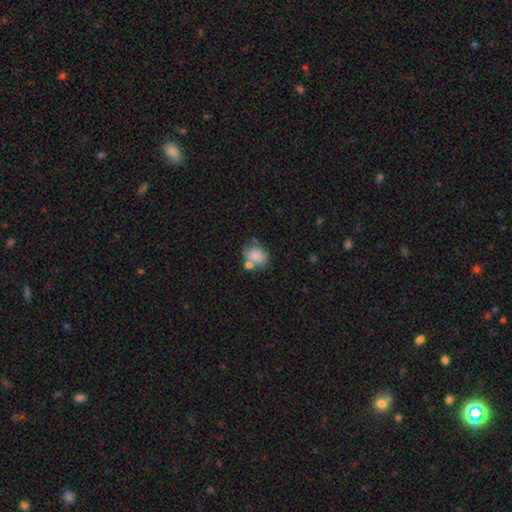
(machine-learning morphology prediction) The model was most divided on "how rounded": in between: 62%, round: 37%, cigar-shaped: 1%. More confident: smooth or featured — smooth (82%); merging — none (52%).